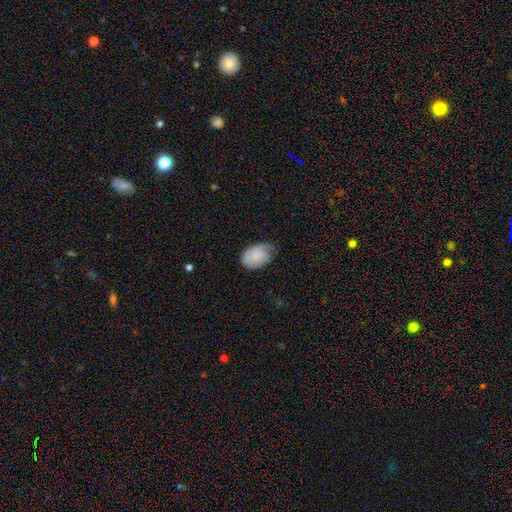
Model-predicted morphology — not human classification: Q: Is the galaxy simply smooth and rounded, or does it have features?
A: smooth — 68%.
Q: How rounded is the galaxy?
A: in between — 84%.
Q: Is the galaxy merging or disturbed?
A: none — 44%.